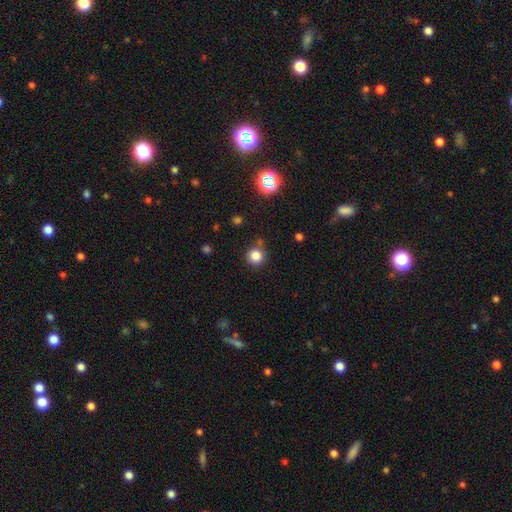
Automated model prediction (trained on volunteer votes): smooth 82%, star or artifact 13%, featured or disk 5%. Down the decision tree: how rounded — round (93%); merging — none (80%).